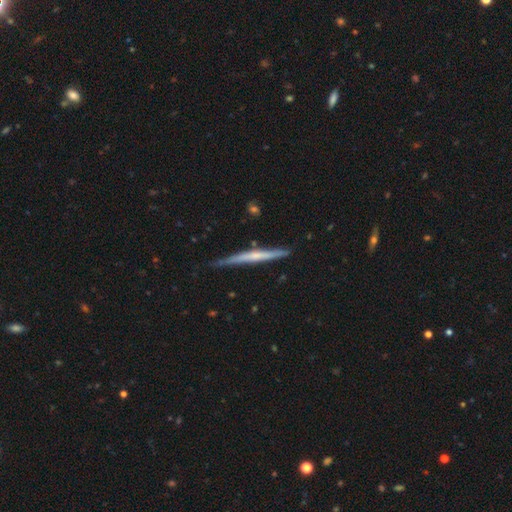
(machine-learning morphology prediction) A featured or disk galaxy (60%) viewed edge-on (97%) with no central bulge (60%).

Vote fractions:
- Smooth or featured? featured or disk: 60% / smooth: 35% / star or artifact: 5%
- Edge-on disk? yes: 97% / no: 3%
- Edge-on bulge? none: 60% / rounded: 31% / boxy: 9%
- Merging? none: 77% / minor disturbance: 18% / major disturbance: 2% / merger: 2%